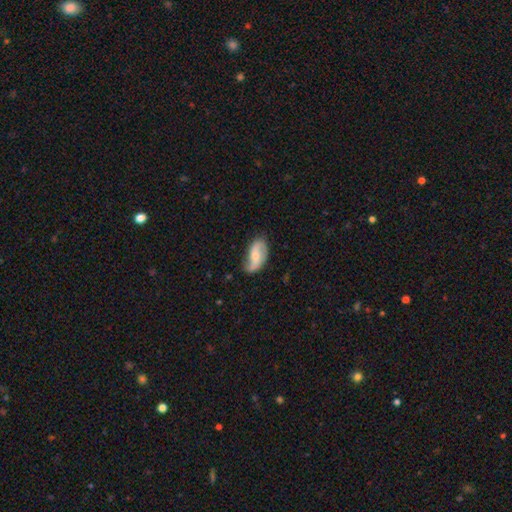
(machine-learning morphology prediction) Overall: featured or disk (64%; smooth 30%). Edge-on disk: no (95%). Bar: no (51%; weak 36%). Spiral arms: yes (90%). Spiral arm count: 2 (84%). Spiral winding: loose (54%; medium 32%). Bulge size: moderate (47%; small 45%). Merging: none (61%; minor disturbance 28%).